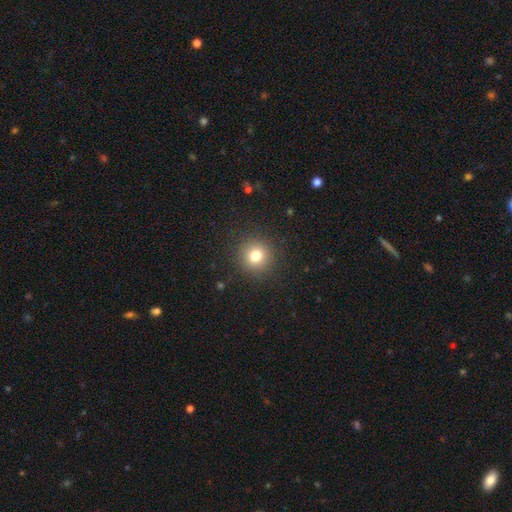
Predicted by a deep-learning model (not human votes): This appears to be a smooth galaxy with no disk features (78%) that is round (93%). Merging: none (90%).